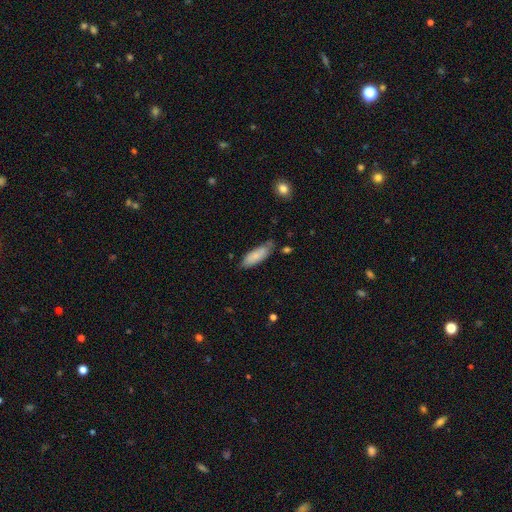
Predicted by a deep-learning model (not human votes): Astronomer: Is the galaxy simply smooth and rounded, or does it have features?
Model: smooth — 78%.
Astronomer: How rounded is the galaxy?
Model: in between — 65%.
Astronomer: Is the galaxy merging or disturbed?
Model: none — 66%.